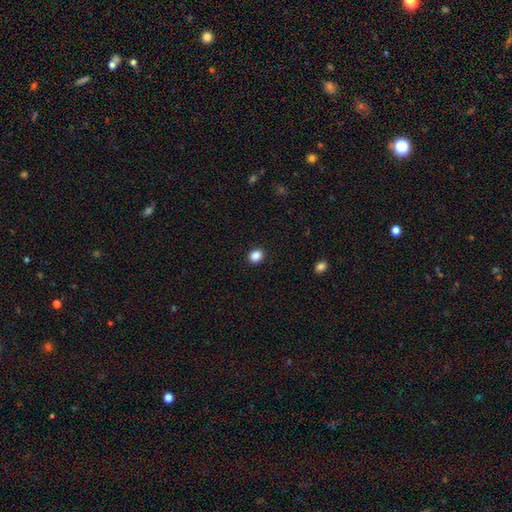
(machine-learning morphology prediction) This appears to be a smooth galaxy with no disk features (88%) that is round (67%). Merging: none (91%).